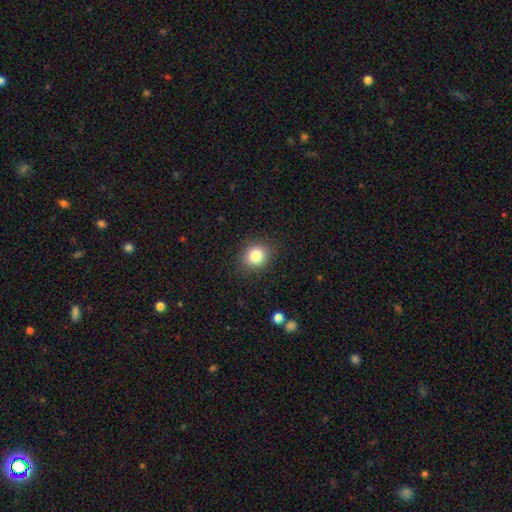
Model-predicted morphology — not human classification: smooth_or_featured: smooth (p=0.83) [alt: star or artifact p=0.11]
how_rounded: round (p=0.79) [alt: in between p=0.20]
merging: none (p=0.87) [alt: minor disturbance p=0.09]